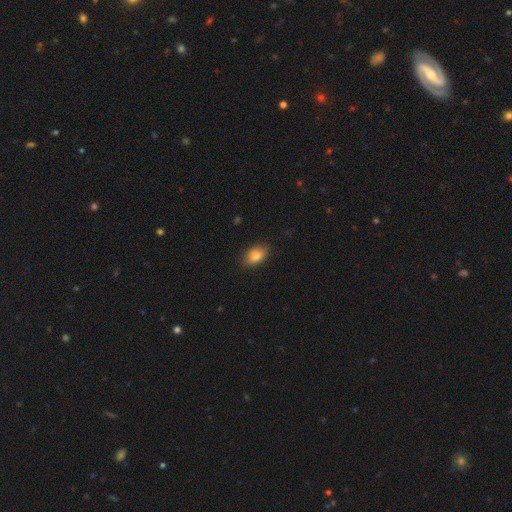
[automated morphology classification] A smooth galaxy with no disk features (82%) that is in between round and cigar-shaped (86%).

Vote fractions:
- Smooth or featured? smooth: 82% / featured or disk: 10% / star or artifact: 8%
- How rounded? in between: 86% / round: 11% / cigar-shaped: 3%
- Merging? none: 81% / minor disturbance: 16% / major disturbance: 3% / merger: 1%